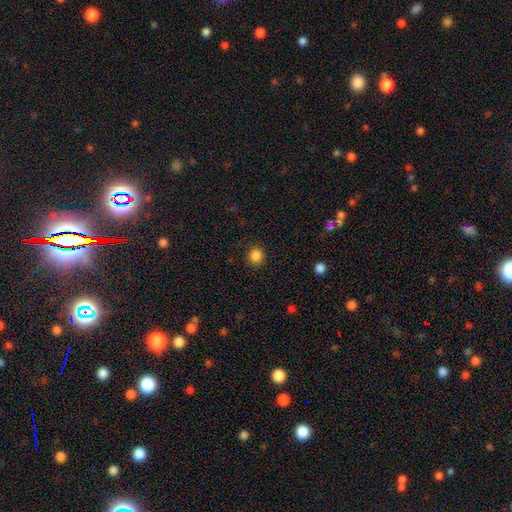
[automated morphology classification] type=smooth (86%); roundness=round (85%); merging=none (90%).